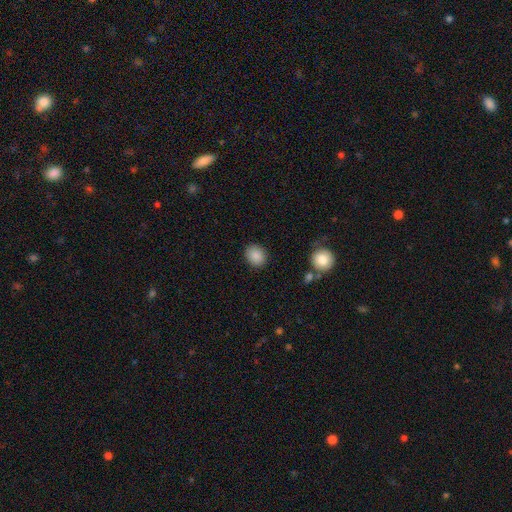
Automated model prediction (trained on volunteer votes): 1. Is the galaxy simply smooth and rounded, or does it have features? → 87% smooth, 9% star or artifact, 4% featured or disk.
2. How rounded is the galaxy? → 71% round, 28% in between, 1% cigar-shaped.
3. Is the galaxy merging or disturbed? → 88% none, 8% minor disturbance, 3% major disturbance, 2% merger.